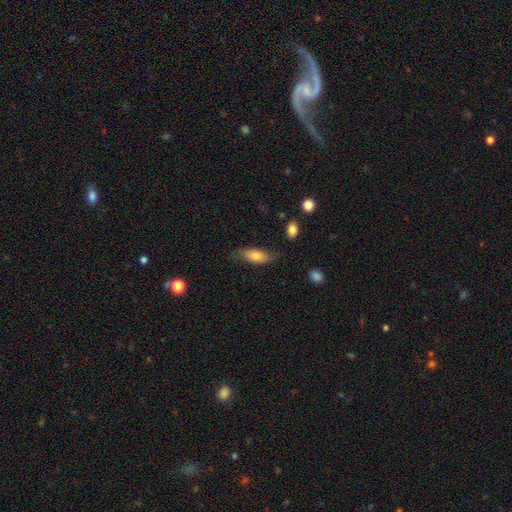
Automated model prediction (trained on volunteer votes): A smooth galaxy with no disk features (75%) that is in between round and cigar-shaped (74%). Merging: none (67%).